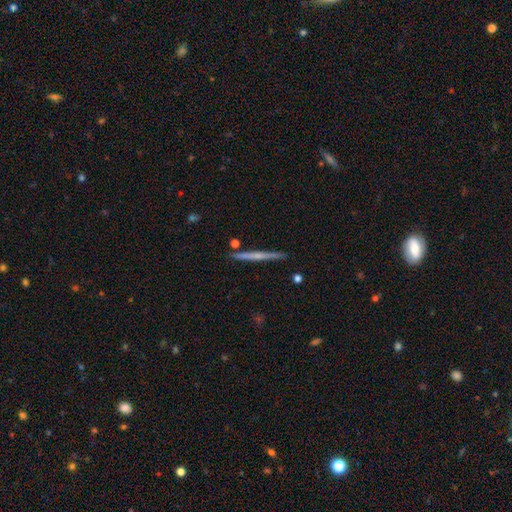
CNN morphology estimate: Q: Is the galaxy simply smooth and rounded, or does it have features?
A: featured or disk — 61%.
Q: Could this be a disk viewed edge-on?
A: yes — 98%.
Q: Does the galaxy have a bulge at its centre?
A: none — 56%.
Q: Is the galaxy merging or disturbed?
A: none — 90%.